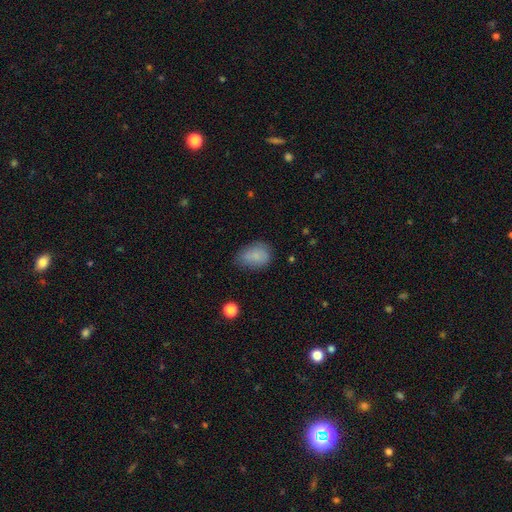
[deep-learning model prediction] This appears to be a smooth galaxy with no disk features (83%) that is in between round and cigar-shaped (80%). Merging: none (62%).